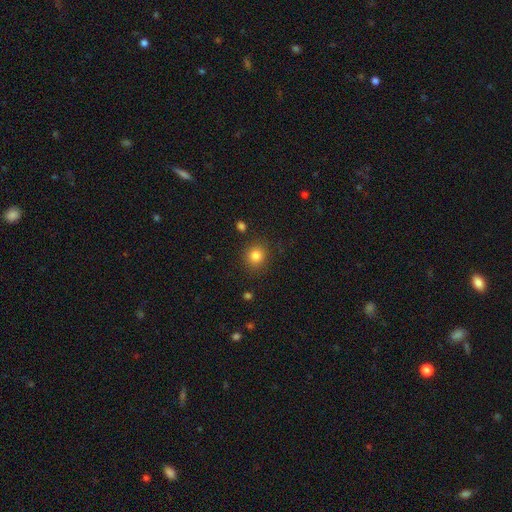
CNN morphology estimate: type=smooth (83%); roundness=round (86%); merging=none (87%).